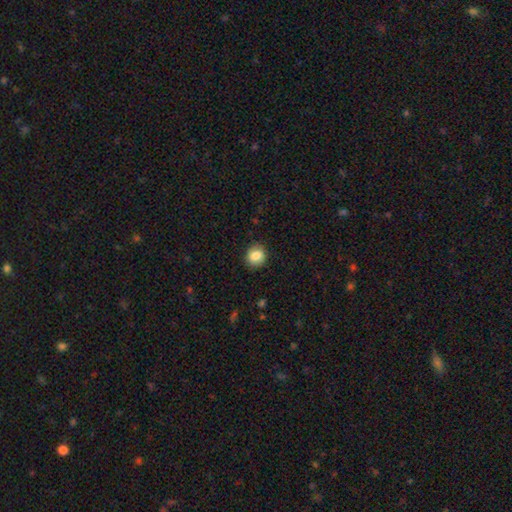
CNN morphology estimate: Q: Smooth or featured?
A: smooth (86%); runner-up: star or artifact (9%)
Q: How rounded?
A: round (78%); runner-up: in between (21%)
Q: Merging?
A: none (88%); runner-up: minor disturbance (8%)